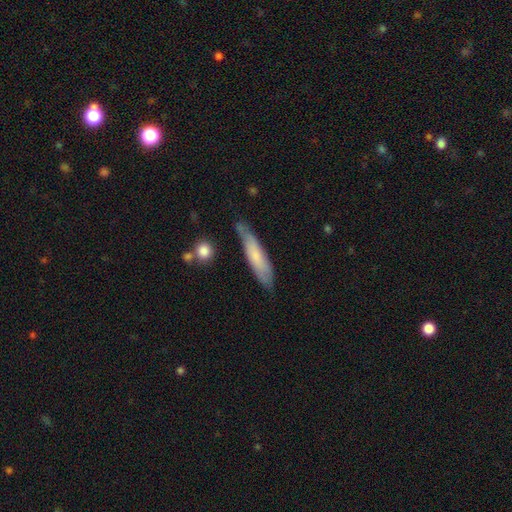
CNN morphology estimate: A smooth galaxy with no disk features (62%) that is cigar-shaped (79%). Merging: none (69%).